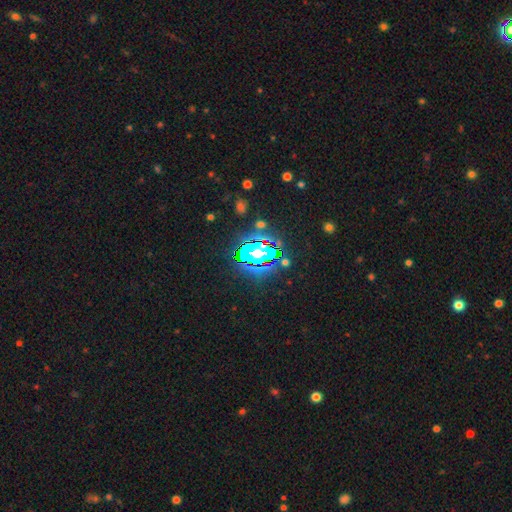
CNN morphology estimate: Smooth or featured: star or artifact — 81% (smooth — 11%)